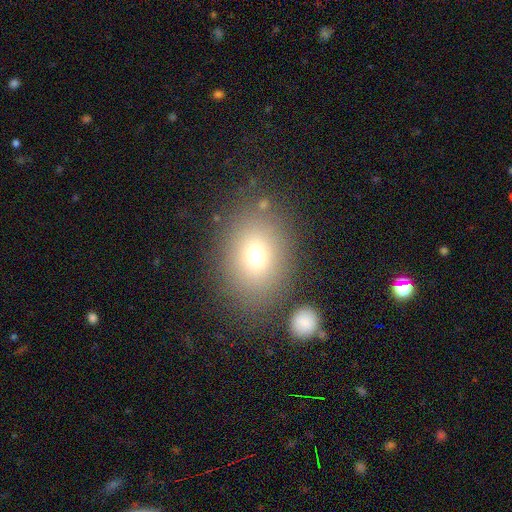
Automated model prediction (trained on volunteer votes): Smooth or featured? Predicted: smooth (p=0.71). How rounded? Predicted: in between (p=0.54). Merging? Predicted: none (p=0.76).